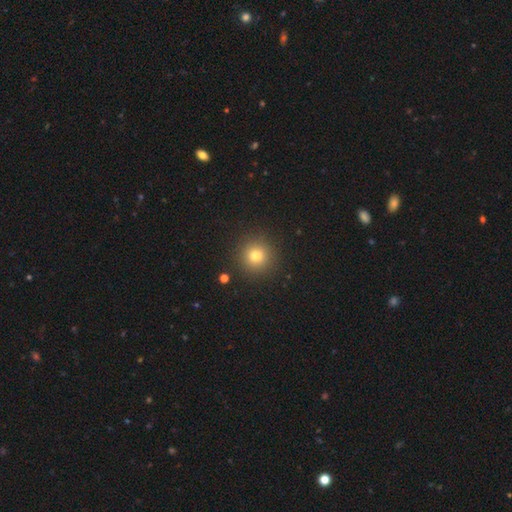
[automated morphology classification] type=smooth (76%); roundness=round (95%); merging=none (91%).